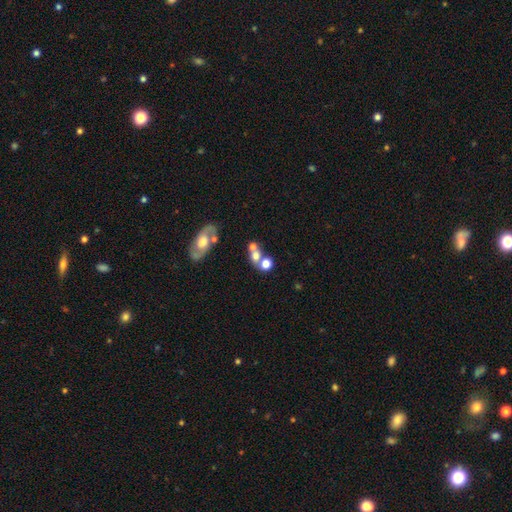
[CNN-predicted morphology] Overall: smooth (62%; featured or disk 26%). How rounded: round (61%; in between 36%). Merging: merger (45%; none 40%).